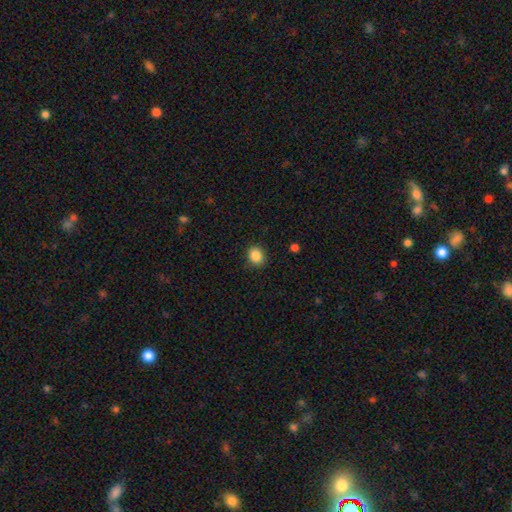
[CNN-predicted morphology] This appears to be a smooth galaxy with no disk features (86%) that is round (72%). Merging: none (87%).